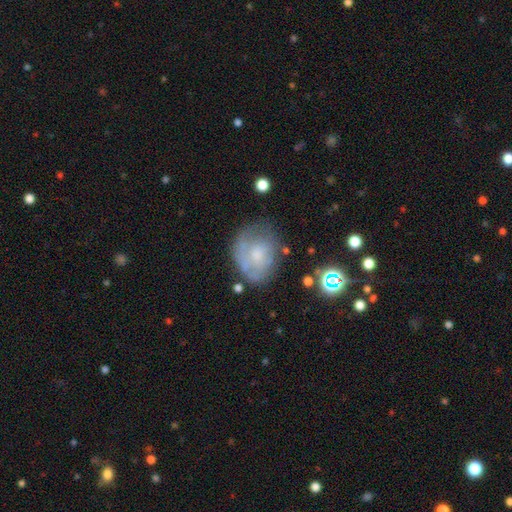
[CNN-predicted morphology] Smooth or featured?
  - smooth: 46% *
  - featured or disk: 44%
  - star or artifact: 10%
Merging?
  - none: 51% *
  - minor disturbance: 27%
  - major disturbance: 18%
  - merger: 4%